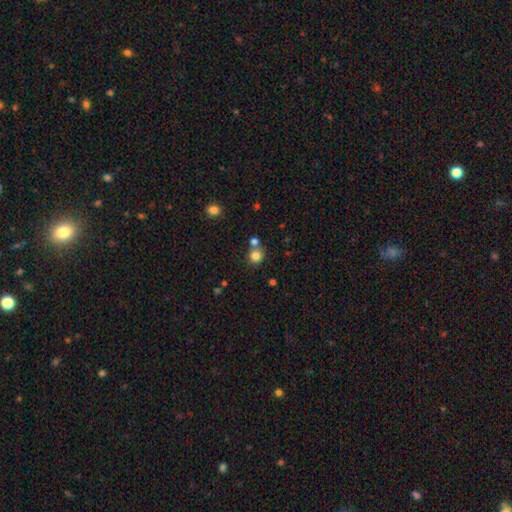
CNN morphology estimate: Q: Smooth or featured?
A: smooth (81%); runner-up: star or artifact (12%)
Q: How rounded?
A: round (91%); runner-up: in between (8%)
Q: Merging?
A: none (65%); runner-up: merger (24%)